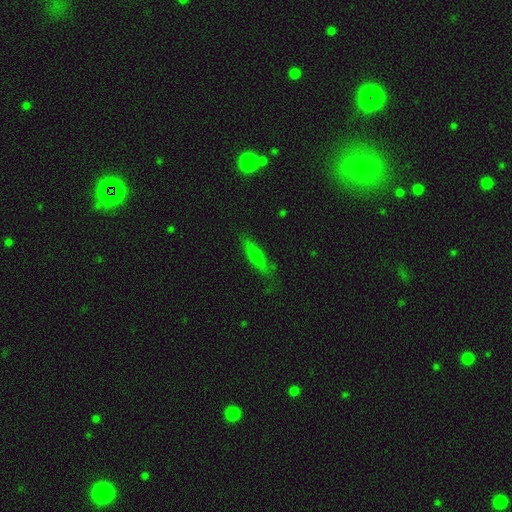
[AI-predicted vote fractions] Morphology: type=smooth (66%); roundness=cigar-shaped (78%); merging=none (78%).